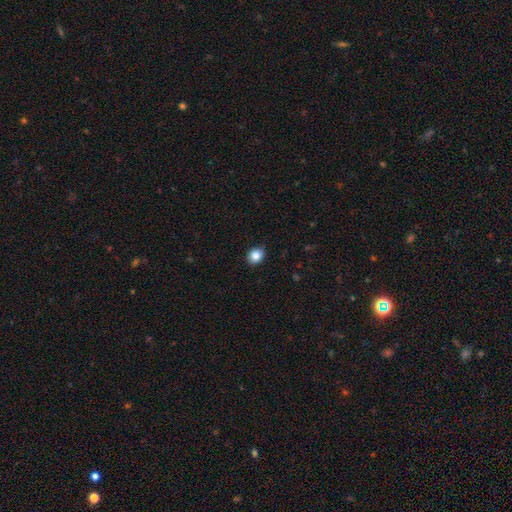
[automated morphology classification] Smooth or featured?
  - smooth: 86% *
  - star or artifact: 10%
  - featured or disk: 5%
How rounded?
  - round: 64% *
  - in between: 35%
  - cigar-shaped: 1%
Merging?
  - none: 89% *
  - minor disturbance: 8%
  - major disturbance: 2%
  - merger: 1%